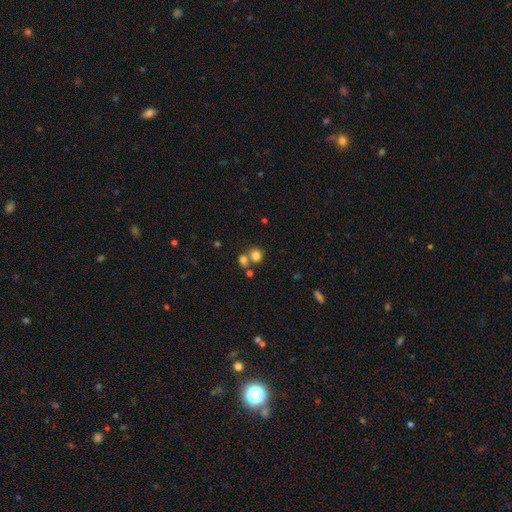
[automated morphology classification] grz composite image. It shows a smooth galaxy with no disk features (79%) that is round (76%). Merging: none (51%).